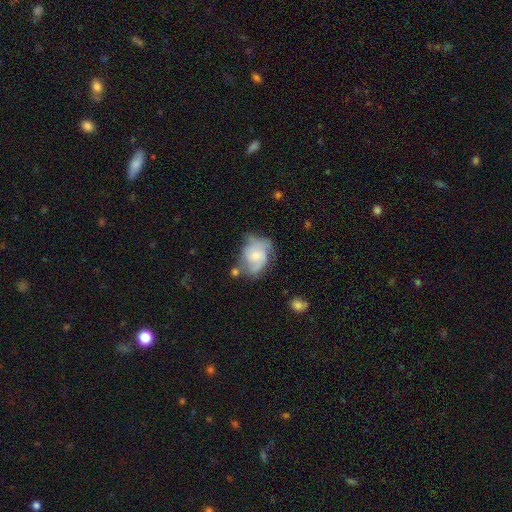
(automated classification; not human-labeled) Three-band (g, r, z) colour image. It shows a featured or disk galaxy (66%) with no bar (65%), 2 (56%) medium (47%) spiral arms (84%) and a small central bulge (62%). Merging: none (47%).